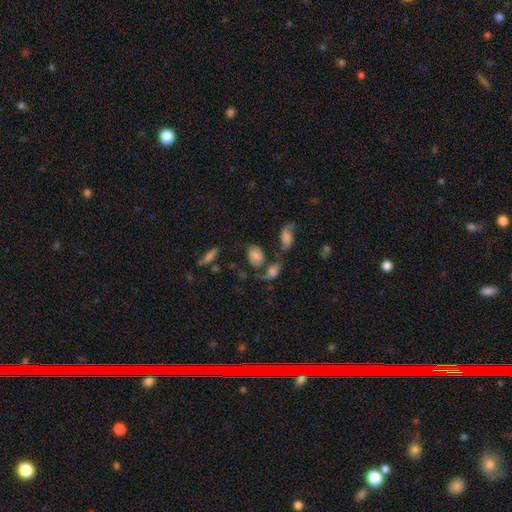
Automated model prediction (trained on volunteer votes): The model was most divided on "merging": none: 40%, merger: 28%, minor disturbance: 18%, major disturbance: 14%. More confident: how rounded — in between (72%); smooth or featured — smooth (60%).